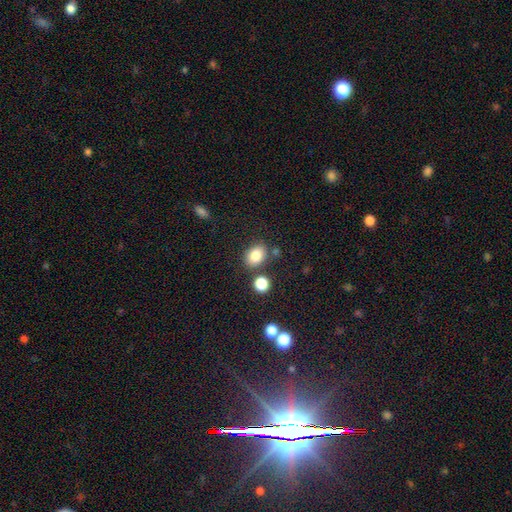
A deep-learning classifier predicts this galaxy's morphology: This appears to be a smooth galaxy with no disk features (83%) that is in between round and cigar-shaped (64%). Merging: none (74%).